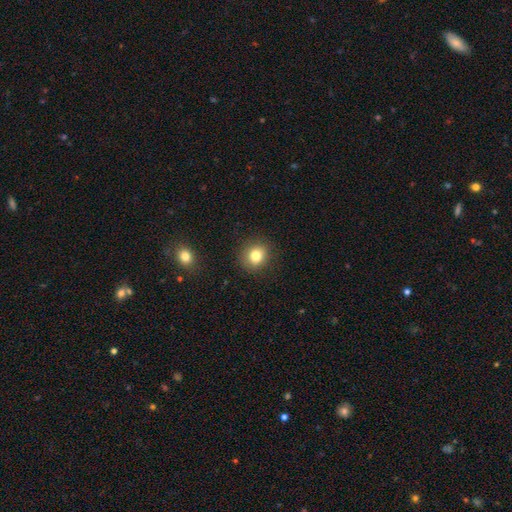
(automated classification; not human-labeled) Smooth or featured? smooth (80%)
How rounded? round (75%)
Merging? none (88%)